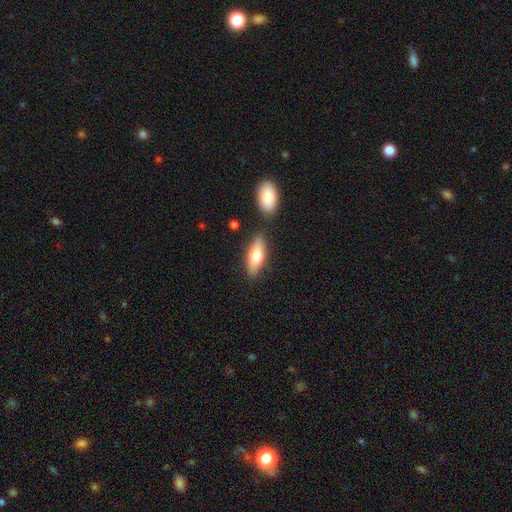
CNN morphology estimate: type=smooth (70%); roundness=in between (72%); merging=none (76%).